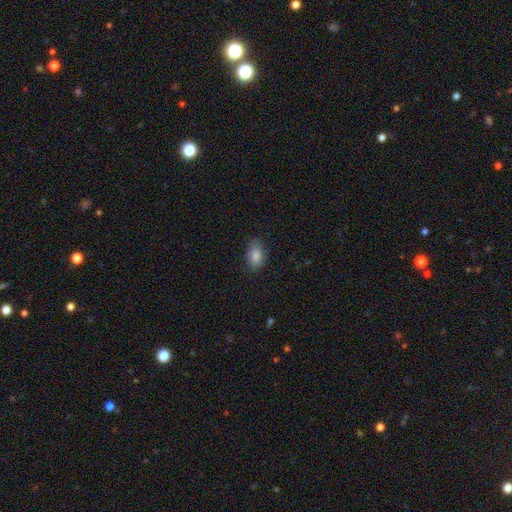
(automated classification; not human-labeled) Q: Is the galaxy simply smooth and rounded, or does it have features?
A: smooth — 86%.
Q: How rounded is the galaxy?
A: in between — 88%.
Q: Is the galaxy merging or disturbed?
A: none — 77%.